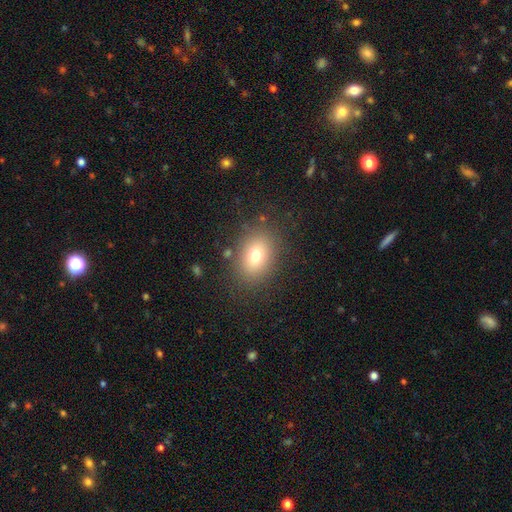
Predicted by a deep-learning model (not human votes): Smooth or featured?
  - smooth: 74% *
  - star or artifact: 14%
  - featured or disk: 13%
How rounded?
  - in between: 59% *
  - round: 40%
  - cigar-shaped: 1%
Merging?
  - none: 83% *
  - minor disturbance: 10%
  - major disturbance: 5%
  - merger: 2%